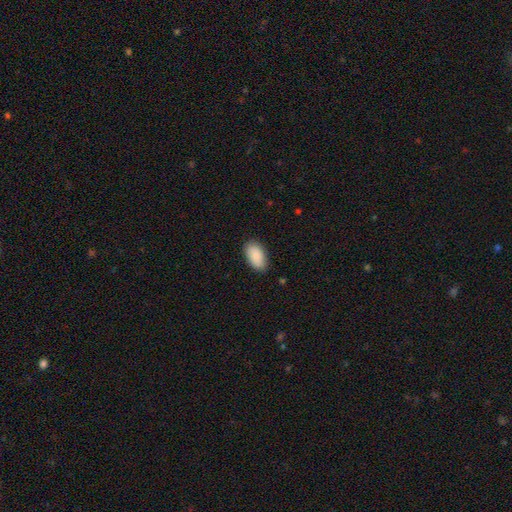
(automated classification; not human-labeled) Morphology: type=smooth (90%); roundness=in between (94%); merging=none (85%).